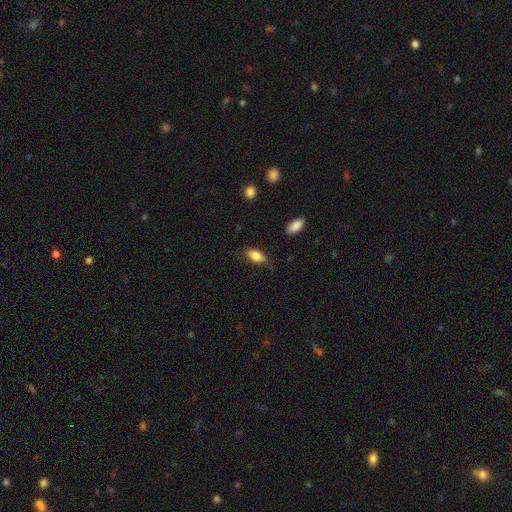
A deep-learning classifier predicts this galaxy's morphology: A smooth galaxy with no disk features (83%) that is in between round and cigar-shaped (89%).

Vote fractions:
- Smooth or featured? smooth: 83% / featured or disk: 10% / star or artifact: 7%
- How rounded? in between: 89% / cigar-shaped: 6% / round: 5%
- Merging? none: 66% / minor disturbance: 26% / major disturbance: 6% / merger: 2%